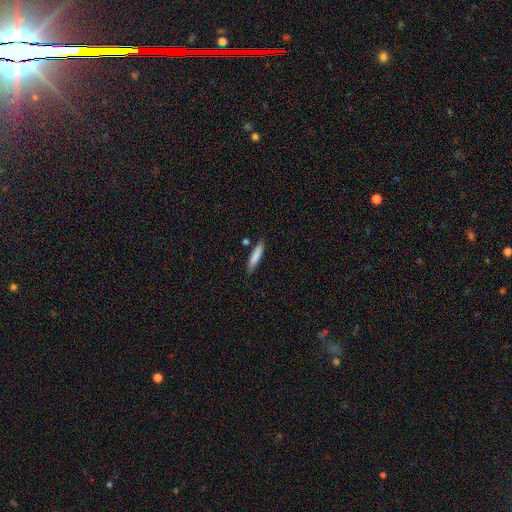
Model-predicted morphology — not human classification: type=smooth (83%); roundness=cigar-shaped (83%); merging=none (81%).